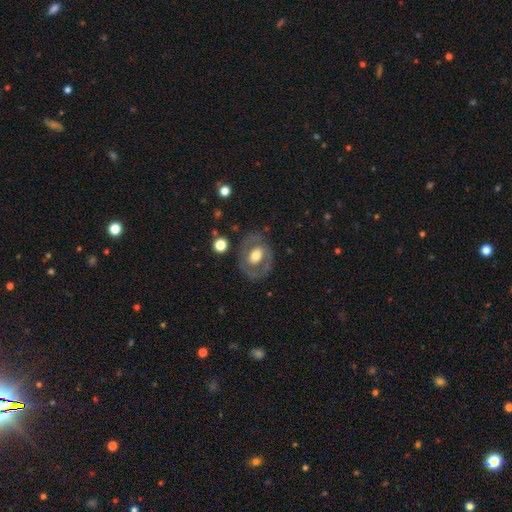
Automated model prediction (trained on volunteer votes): smooth_or_featured: featured or disk (p=0.56) [alt: smooth p=0.38]
disk_edge_on: no (p=0.94) [alt: yes p=0.06]
bar: no (p=0.61) [alt: weak p=0.27]
has_spiral_arms: no (p=0.67) [alt: yes p=0.33]
bulge_size: moderate (p=0.59) [alt: large p=0.29]
merging: none (p=0.73) [alt: minor disturbance p=0.15]